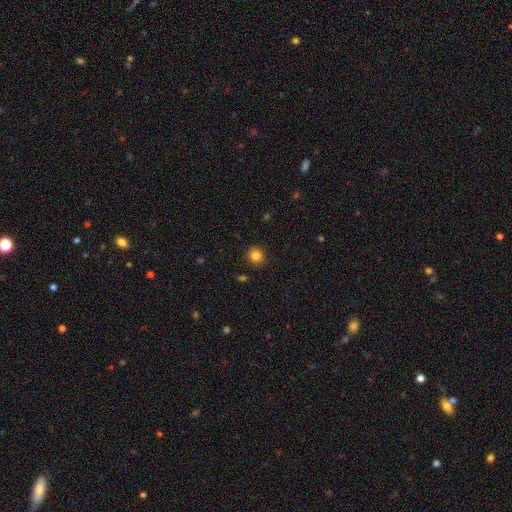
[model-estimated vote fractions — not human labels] A smooth galaxy with no disk features (83%) that is round (88%).

Vote fractions:
- Smooth or featured? smooth: 83% / star or artifact: 11% / featured or disk: 6%
- How rounded? round: 88% / in between: 11% / cigar-shaped: 1%
- Merging? none: 90% / minor disturbance: 7% / major disturbance: 2% / merger: 1%